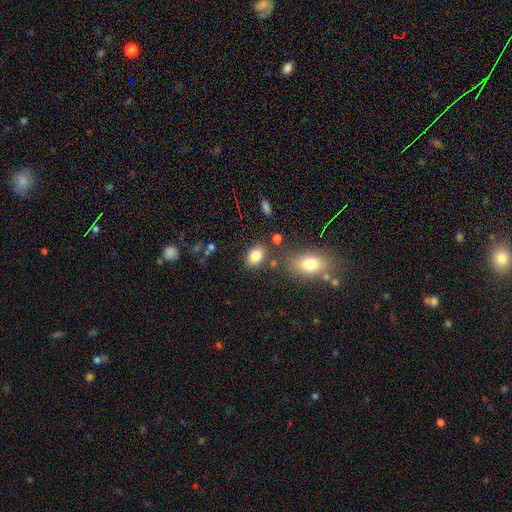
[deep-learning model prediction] Q: Smooth or featured?
A: smooth (82%); runner-up: star or artifact (10%)
Q: How rounded?
A: in between (79%); runner-up: round (20%)
Q: Merging?
A: none (76%); runner-up: minor disturbance (13%)